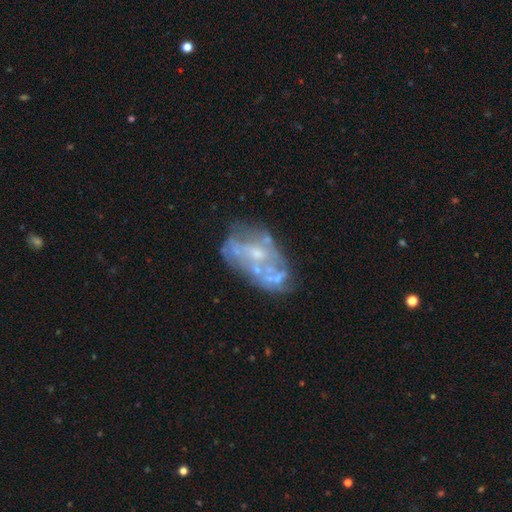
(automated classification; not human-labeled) smooth-or-featured: featured or disk: 69% | smooth: 18% | star or artifact: 13%
  disk-edge-on: no: 96% | yes: 4%
    bar: no: 77% | weak: 18% | strong: 6%
    has-spiral-arms: no: 72% | yes: 28%
    bulge-size: small: 49% | none: 27% | moderate: 21% | large: 2% | dominant: 1%
  merging: none: 46% | merger: 18% | minor disturbance: 18% | major disturbance: 18%